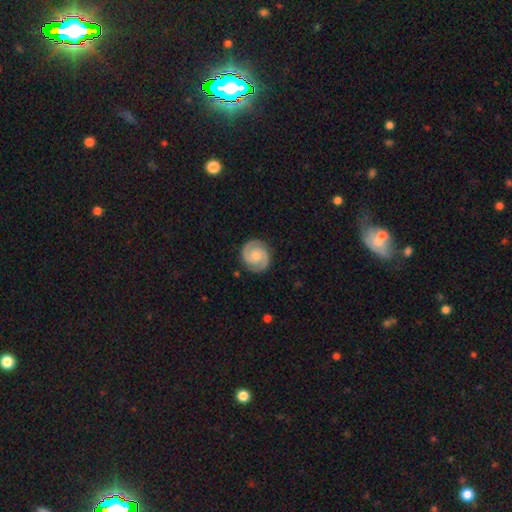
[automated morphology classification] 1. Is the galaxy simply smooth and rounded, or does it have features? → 84% featured or disk, 11% smooth, 5% star or artifact.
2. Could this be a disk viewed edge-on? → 98% no, 2% yes.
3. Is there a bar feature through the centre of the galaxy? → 64% no, 30% weak, 6% strong.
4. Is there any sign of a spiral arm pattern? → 97% yes, 3% no.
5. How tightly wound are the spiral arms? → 55% tight, 39% medium, 6% loose.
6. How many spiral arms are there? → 93% 2, 3% can't tell, 2% 3, 1% 1, 1% 4, 1% more than 4.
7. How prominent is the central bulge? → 52% moderate, 39% small, 5% none, 3% large, 1% dominant.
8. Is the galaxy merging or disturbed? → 87% none, 9% minor disturbance, 2% major disturbance, 1% merger.